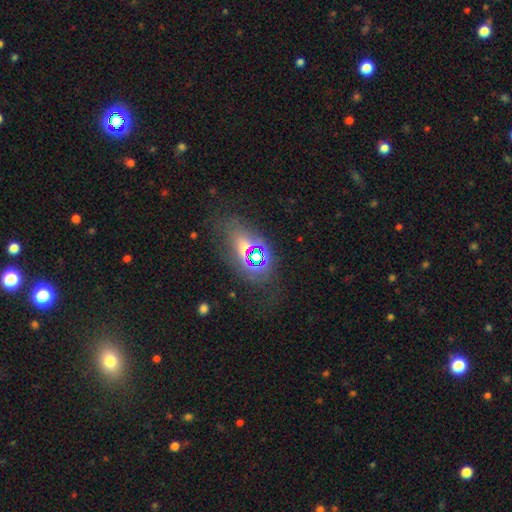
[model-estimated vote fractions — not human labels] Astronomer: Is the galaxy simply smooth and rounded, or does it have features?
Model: smooth — 49% (runner-up: star or artifact, 27%).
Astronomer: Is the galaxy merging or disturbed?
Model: none — 40% (runner-up: merger, 39%).